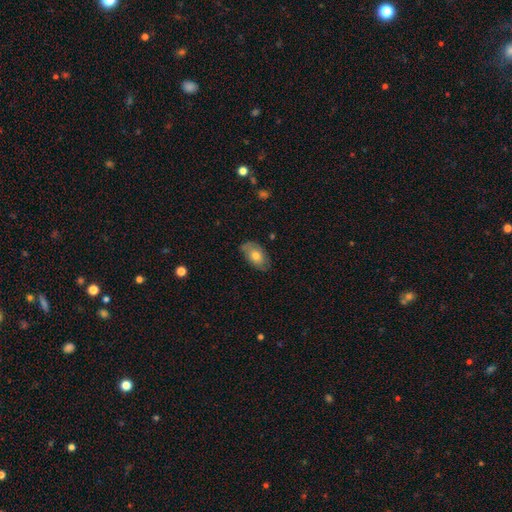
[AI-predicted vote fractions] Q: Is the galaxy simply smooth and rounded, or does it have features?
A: smooth — 65%.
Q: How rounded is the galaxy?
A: in between — 92%.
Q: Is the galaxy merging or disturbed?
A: none — 73%.